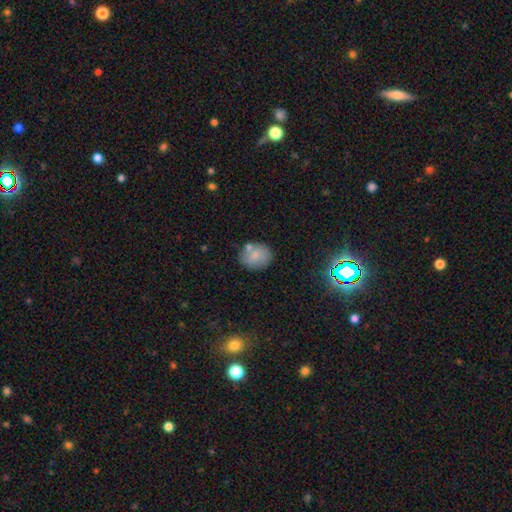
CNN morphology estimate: The model was most divided on "how rounded": round: 66%, in between: 33%, cigar-shaped: 1%. More confident: smooth or featured — smooth (78%); merging — none (67%).